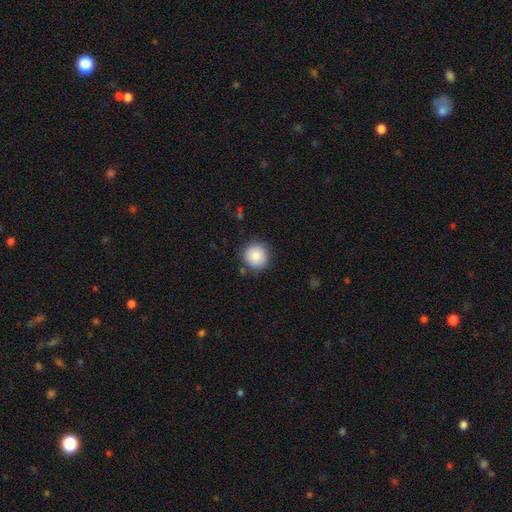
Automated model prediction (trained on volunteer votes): Morphology: type=smooth (85%); roundness=round (93%); merging=none (86%).